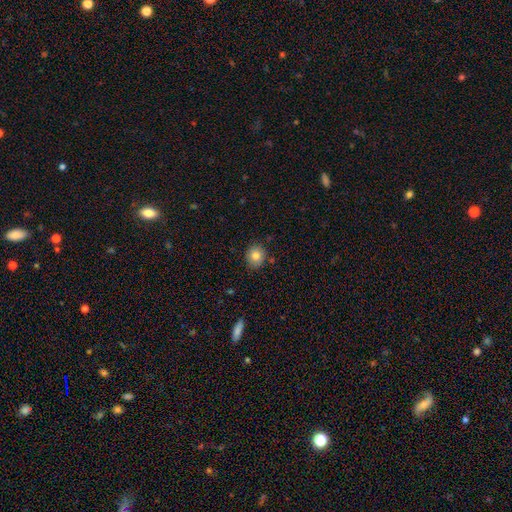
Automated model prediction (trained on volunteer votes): Smooth or featured: smooth — 82% (star or artifact — 10%)
How rounded: round — 76% (in between — 23%)
Merging: none — 83% (minor disturbance — 12%)